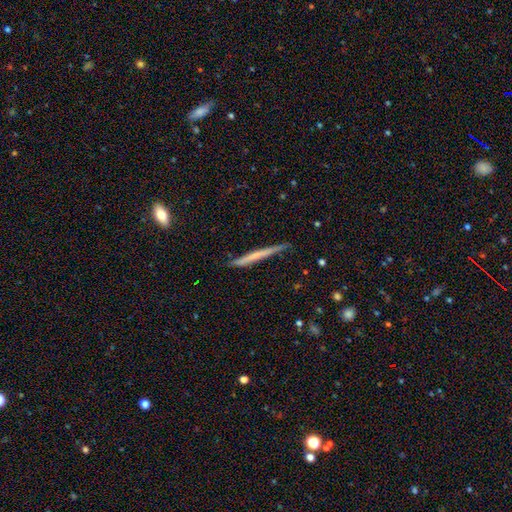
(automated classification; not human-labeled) Overall: smooth (48%; featured or disk 46%). Merging: none (84%).